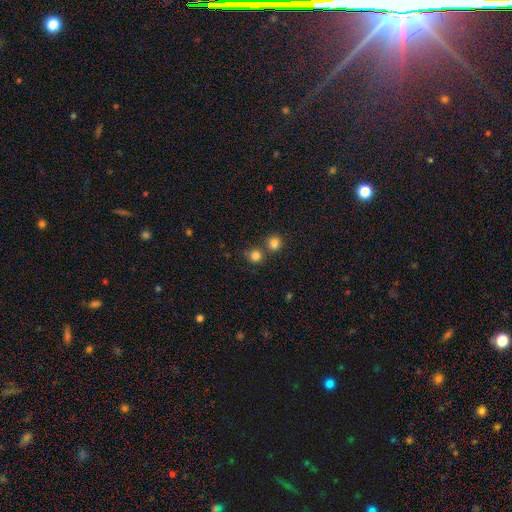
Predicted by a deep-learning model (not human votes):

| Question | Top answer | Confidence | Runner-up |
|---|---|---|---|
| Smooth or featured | smooth | 82% | star or artifact (13%) |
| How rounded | round | 89% | in between (10%) |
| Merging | none | 64% | merger (24%) |